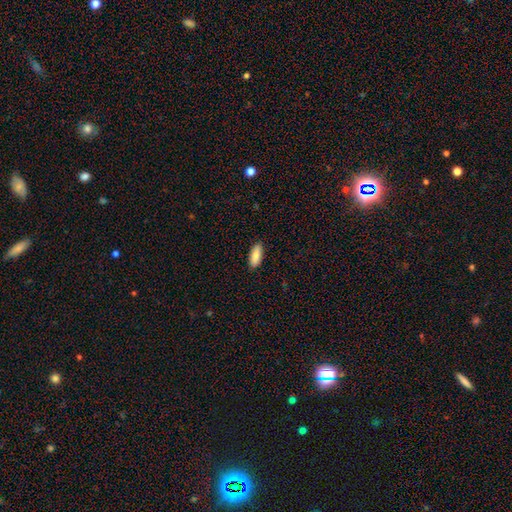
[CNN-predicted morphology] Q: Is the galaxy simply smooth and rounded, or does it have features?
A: smooth — 87%.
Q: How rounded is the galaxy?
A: in between — 79%.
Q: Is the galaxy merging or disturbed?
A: none — 89%.